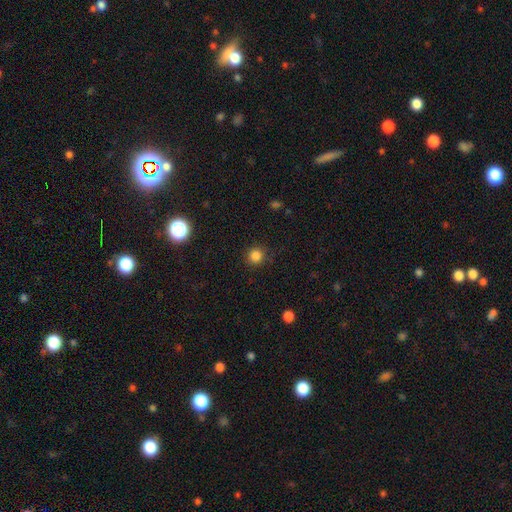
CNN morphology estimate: A smooth galaxy with no disk features (84%) that is round (93%).

Vote fractions:
- Smooth or featured? smooth: 84% / star or artifact: 13% / featured or disk: 3%
- How rounded? round: 93% / in between: 6% / cigar-shaped: 1%
- Merging? none: 88% / minor disturbance: 8% / major disturbance: 3% / merger: 1%